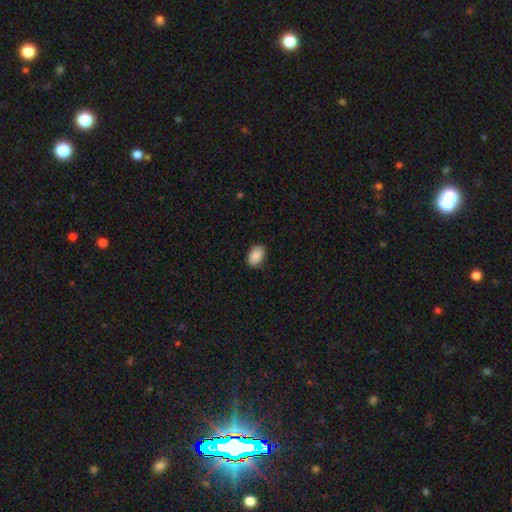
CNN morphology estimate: Smooth or featured: smooth — 90% (star or artifact — 7%)
How rounded: in between — 91% (round — 8%)
Merging: none — 87% (minor disturbance — 10%)